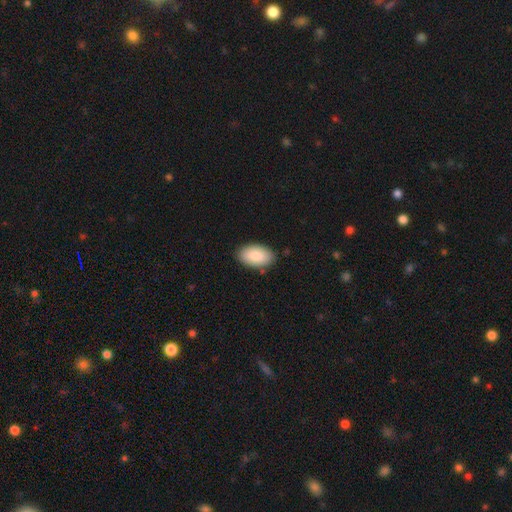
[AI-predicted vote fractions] Morphology: type=smooth (86%); roundness=in between (95%); merging=none (86%).